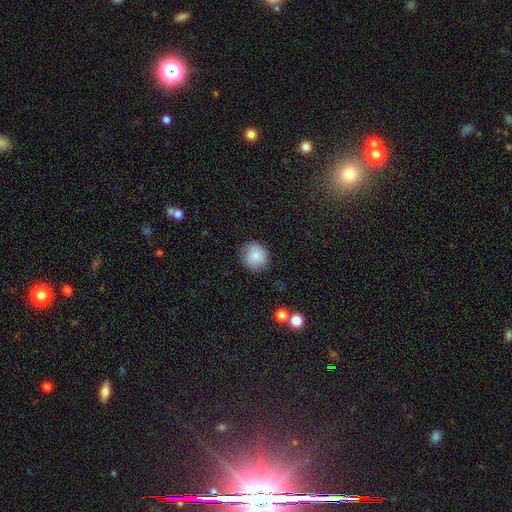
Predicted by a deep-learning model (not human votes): Overall: smooth (83%). How rounded: round (88%). Merging: none (84%).